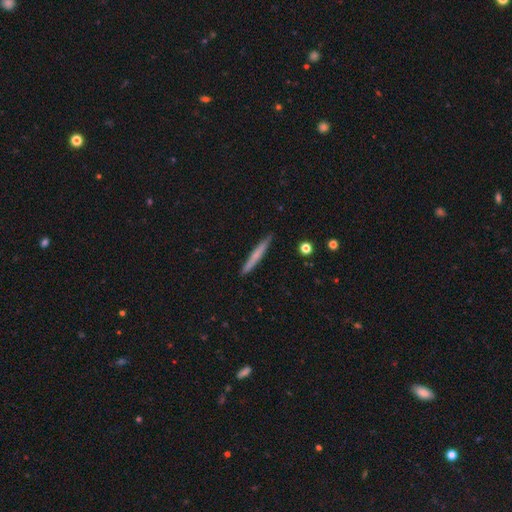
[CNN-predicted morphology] A smooth galaxy with no disk features (60%) that is cigar-shaped (96%). Merging: none (90%).